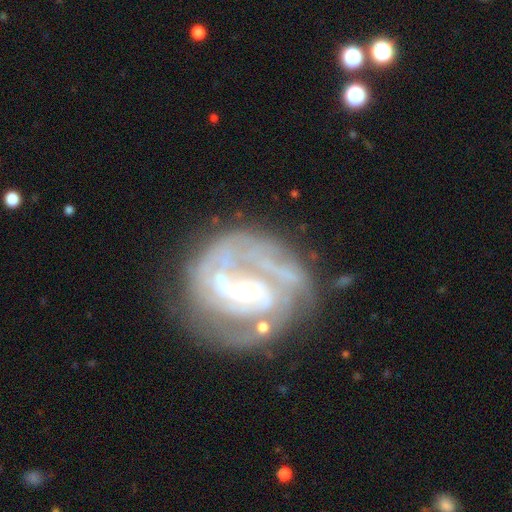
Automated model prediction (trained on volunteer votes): Smooth or featured?
  - featured or disk: 83% *
  - smooth: 9%
  - star or artifact: 8%
Edge-on disk?
  - no: 98% *
  - yes: 2%
Bar?
  - weak: 43% *
  - no: 30%
  - strong: 27%
Spiral arms?
  - yes: 90% *
  - no: 10%
Spiral winding?
  - tight: 50% *
  - medium: 36%
  - loose: 14%
Spiral arm count?
  - 2: 46% *
  - can't tell: 25%
  - 3: 13%
  - 1: 6%
  - 4: 5%
  - more than 4: 4%
Bulge size?
  - small: 63% *
  - moderate: 29%
  - none: 5%
  - large: 3%
  - dominant: 1%
Merging?
  - none: 66% *
  - minor disturbance: 18%
  - major disturbance: 13%
  - merger: 3%